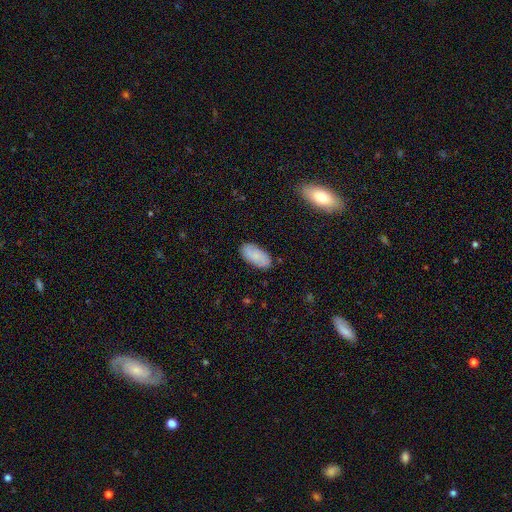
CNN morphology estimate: smooth-or-featured: smooth: 70% | featured or disk: 23% | star or artifact: 7%
  how-rounded: in between: 92% | cigar-shaped: 5% | round: 2%
  merging: none: 84% | minor disturbance: 13% | major disturbance: 3% | merger: 1%